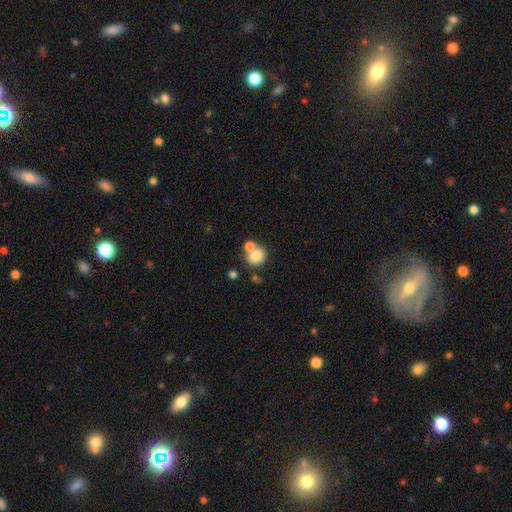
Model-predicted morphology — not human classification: Overall: smooth (81%). How rounded: round (68%; in between 31%). Merging: none (48%; merger 38%).